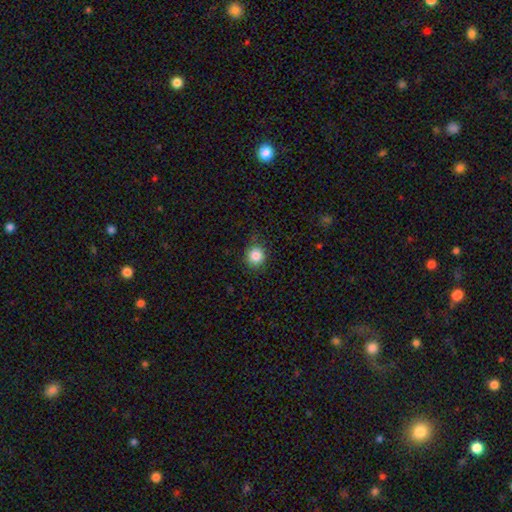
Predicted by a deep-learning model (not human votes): A smooth galaxy with no disk features (85%) that is round (88%). Merging: none (82%).